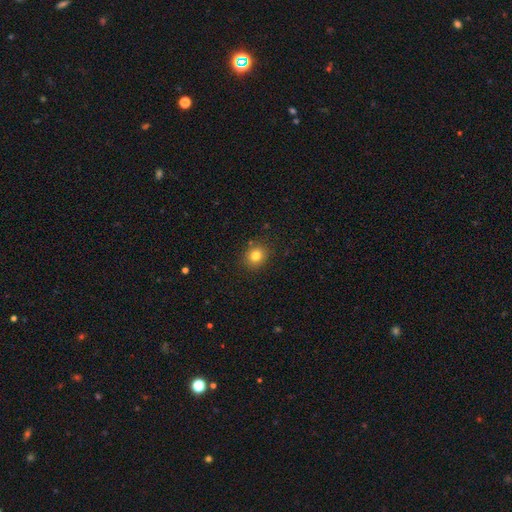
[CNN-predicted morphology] type=smooth (80%); roundness=round (74%); merging=none (87%).